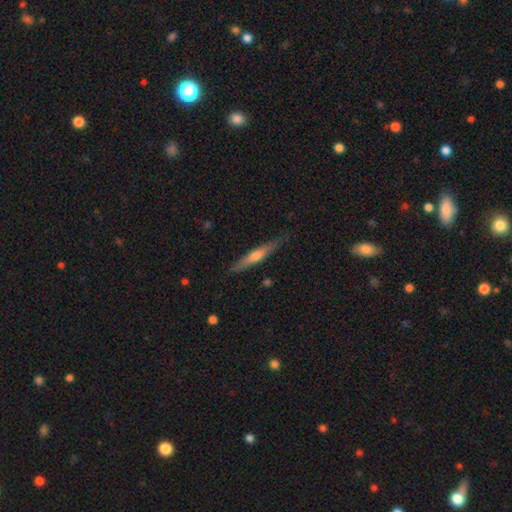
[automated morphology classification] A featured or disk galaxy (56%) viewed edge-on (95%) with a rounded central bulge (79%). Merging: none (86%).